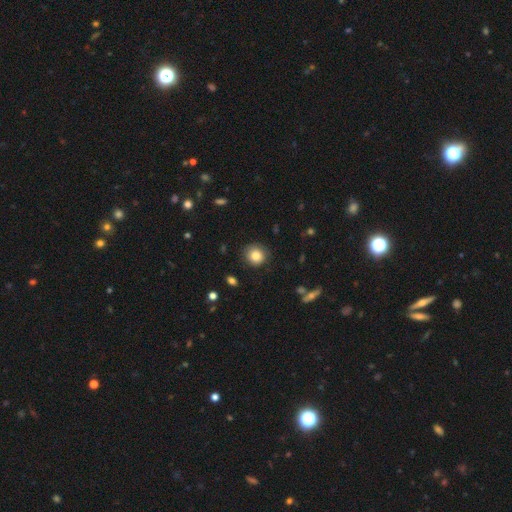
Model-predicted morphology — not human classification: smooth-or-featured: smooth: 83% | star or artifact: 9% | featured or disk: 8%
  how-rounded: round: 89% | in between: 11% | cigar-shaped: 1%
  merging: none: 84% | minor disturbance: 12% | major disturbance: 3% | merger: 1%